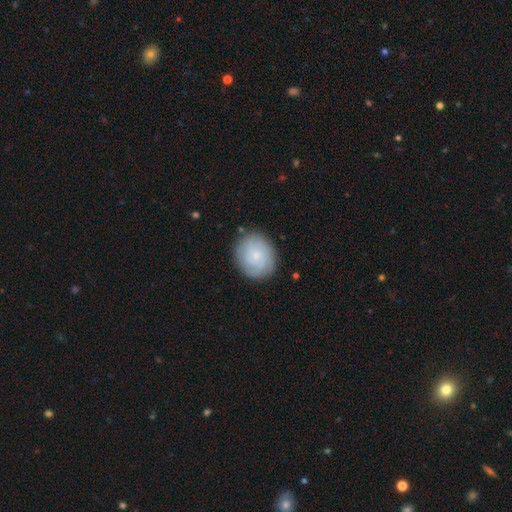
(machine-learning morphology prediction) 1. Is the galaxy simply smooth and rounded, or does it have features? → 46% featured or disk (tied), 46% smooth (tied), 8% star or artifact.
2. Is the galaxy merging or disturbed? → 82% none, 13% minor disturbance, 4% major disturbance, 1% merger.